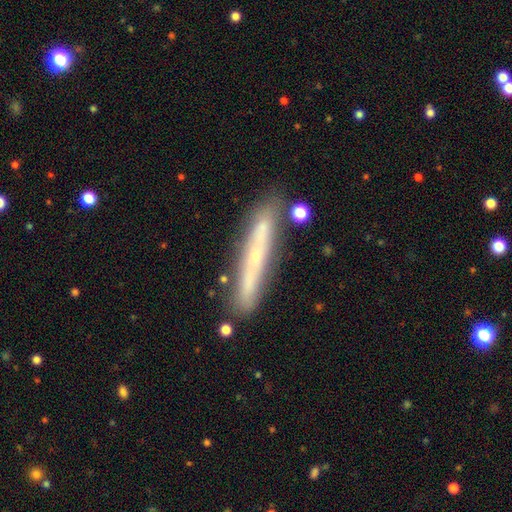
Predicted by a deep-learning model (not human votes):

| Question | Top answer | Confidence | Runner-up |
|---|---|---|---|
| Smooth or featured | featured or disk | 61% | smooth (32%) |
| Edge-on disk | yes | 80% | no (20%) |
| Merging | none | 81% | minor disturbance (12%) |